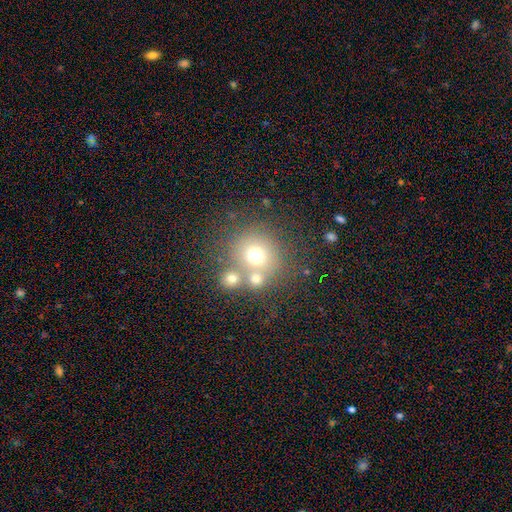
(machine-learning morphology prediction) smooth-or-featured: smooth: 67% | star or artifact: 17% | featured or disk: 16%
  how-rounded: round: 87% | in between: 13% | cigar-shaped: 1%
  merging: none: 56% | merger: 29% | minor disturbance: 10% | major disturbance: 5%